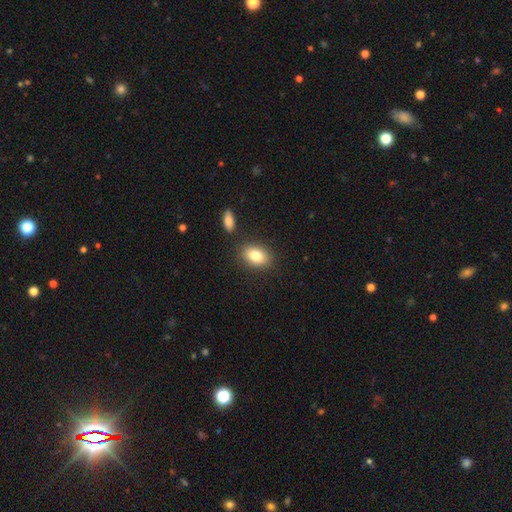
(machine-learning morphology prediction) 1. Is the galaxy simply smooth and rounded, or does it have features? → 83% smooth, 10% featured or disk, 8% star or artifact.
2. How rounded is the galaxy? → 84% in between, 14% round, 2% cigar-shaped.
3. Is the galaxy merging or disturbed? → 81% none, 10% minor disturbance, 6% merger, 3% major disturbance.